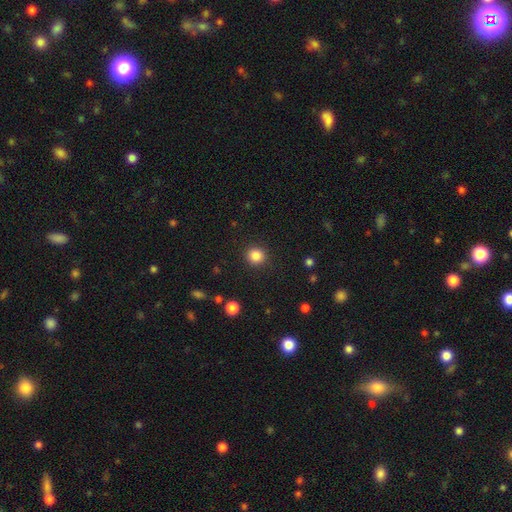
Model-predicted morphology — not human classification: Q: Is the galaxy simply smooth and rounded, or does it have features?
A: smooth — 85%.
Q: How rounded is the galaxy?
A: round — 92%.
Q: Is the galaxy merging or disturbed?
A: none — 91%.